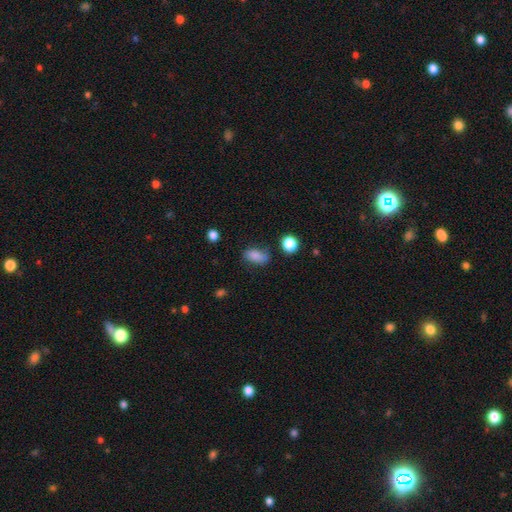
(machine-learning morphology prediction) Smooth or featured: smooth — 83% (star or artifact — 10%)
How rounded: in between — 87% (round — 9%)
Merging: none — 68% (minor disturbance — 23%)